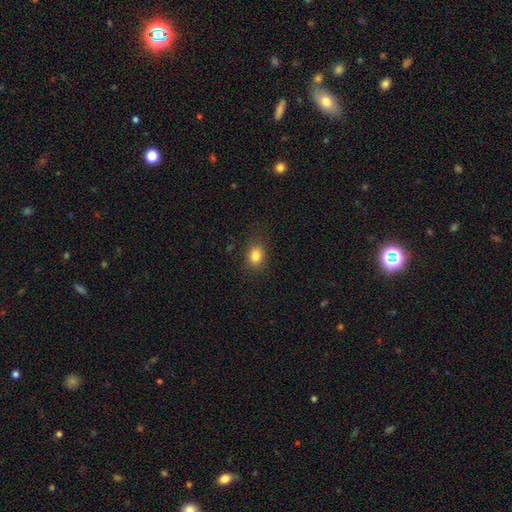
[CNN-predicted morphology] smooth_or_featured: smooth (p=0.83) [alt: star or artifact p=0.11]
how_rounded: in between (p=0.59) [alt: round p=0.39]
merging: none (p=0.83) [alt: minor disturbance p=0.12]